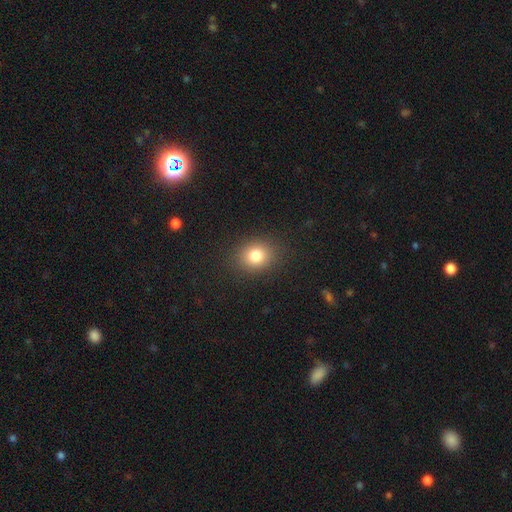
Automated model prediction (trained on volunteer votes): The model was most divided on "how rounded": round: 63%, in between: 36%, cigar-shaped: 1%. More confident: merging — none (88%); smooth or featured — smooth (80%).